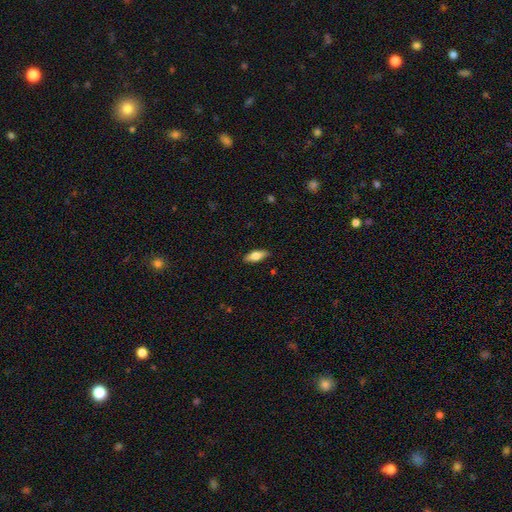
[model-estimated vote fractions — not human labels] smooth 69%, featured or disk 25%, star or artifact 6%. Down the decision tree: how rounded — in between (72%); merging — none (87%).